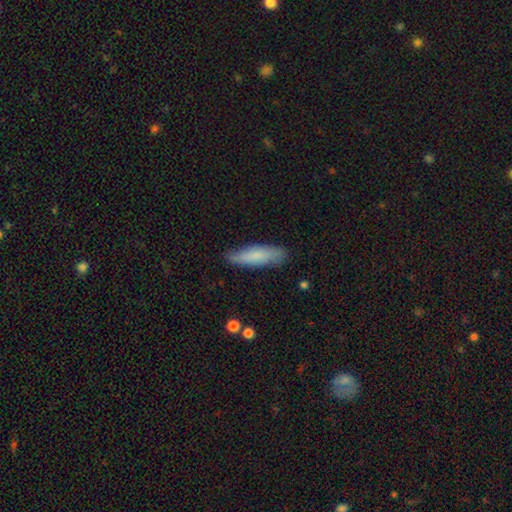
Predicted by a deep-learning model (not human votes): Smooth or featured? smooth (76%)
How rounded? cigar-shaped (68%)
Merging? none (81%)